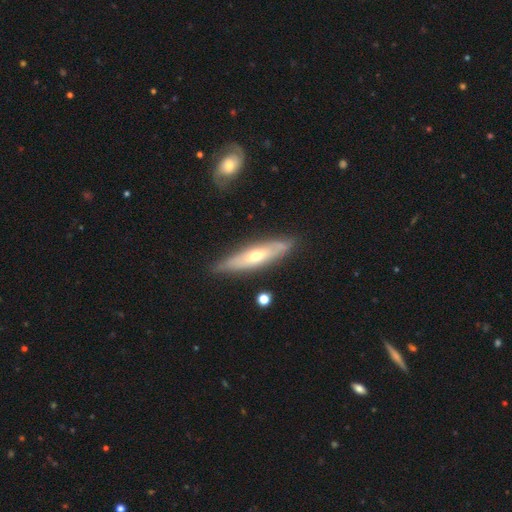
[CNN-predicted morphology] This is possibly a featured or disk galaxy (58%). It is likely viewed edge-on (60%). Merging: clearly none (81%).